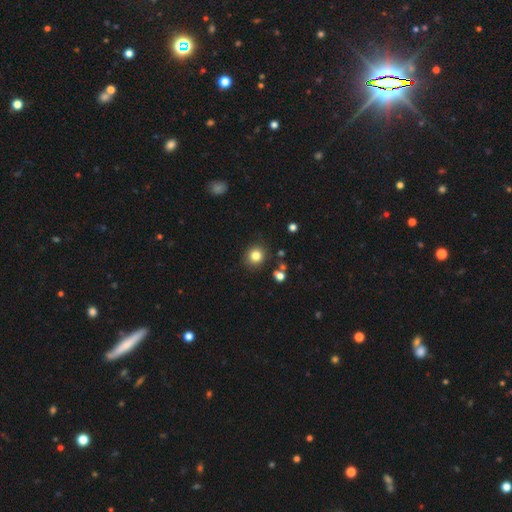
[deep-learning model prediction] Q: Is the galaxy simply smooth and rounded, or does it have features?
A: smooth — 83%.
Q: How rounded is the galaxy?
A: round — 84%.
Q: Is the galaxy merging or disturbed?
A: none — 85%.